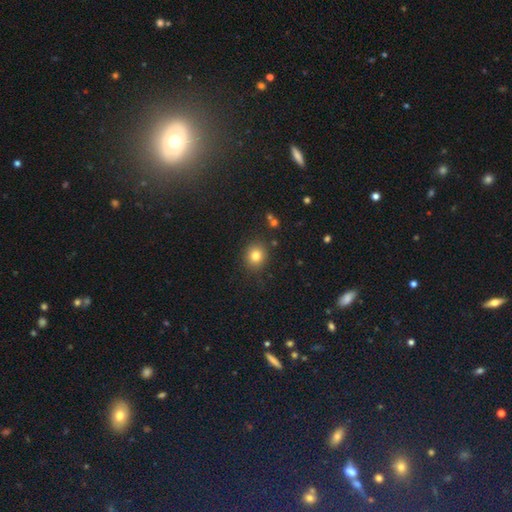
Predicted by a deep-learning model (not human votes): A smooth galaxy with no disk features (81%) that is round (82%). Merging: none (86%).